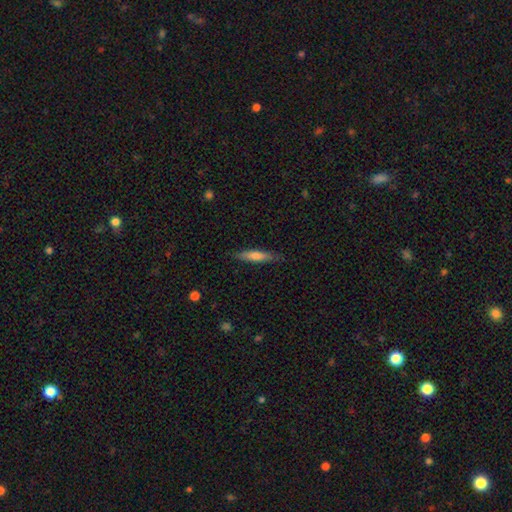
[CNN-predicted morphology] smooth_or_featured: smooth (p=0.67) [alt: featured or disk p=0.27]
how_rounded: cigar-shaped (p=0.85) [alt: in between p=0.14]
merging: none (p=0.84) [alt: minor disturbance p=0.12]